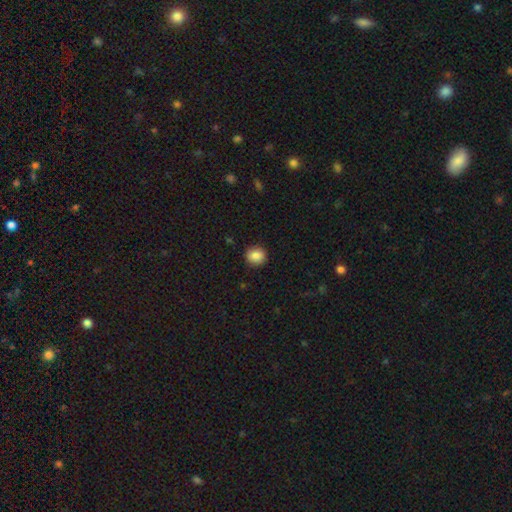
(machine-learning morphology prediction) type=smooth (86%); roundness=round (83%); merging=none (90%).